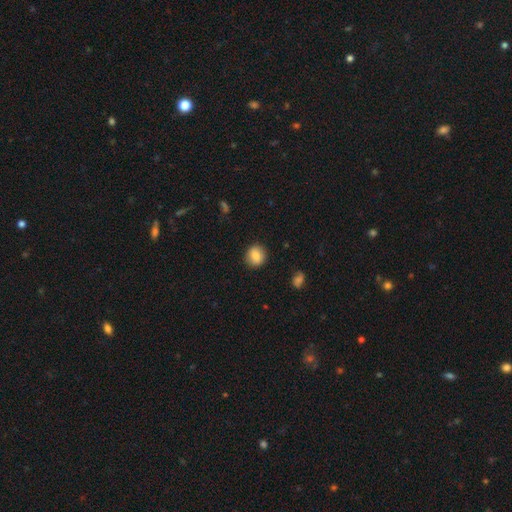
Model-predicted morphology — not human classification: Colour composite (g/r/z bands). It shows a smooth galaxy with no disk features (83%) that is round (82%). Merging: none (89%).